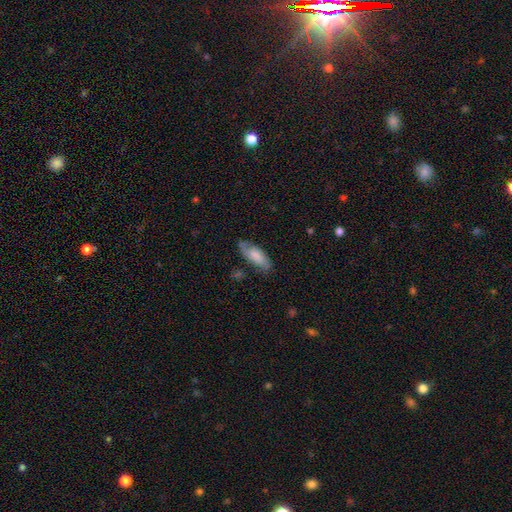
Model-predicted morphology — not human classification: This is likely a smooth galaxy (65%). How rounded: likely in between (75%). Merging: likely none (68%).